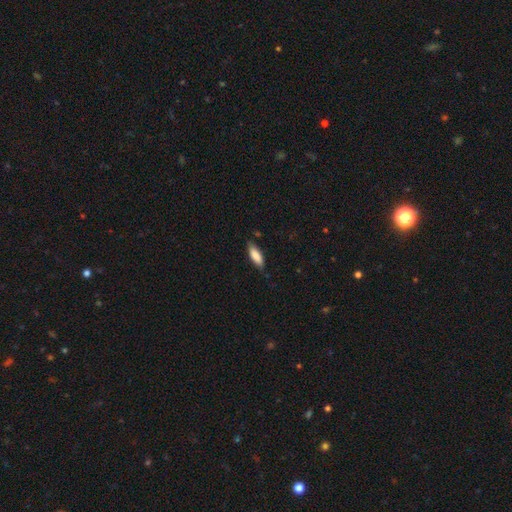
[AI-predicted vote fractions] smooth-or-featured: smooth: 84% | featured or disk: 10% | star or artifact: 6%
  how-rounded: in between: 61% | cigar-shaped: 37% | round: 2%
  merging: none: 77% | minor disturbance: 19% | major disturbance: 3% | merger: 1%